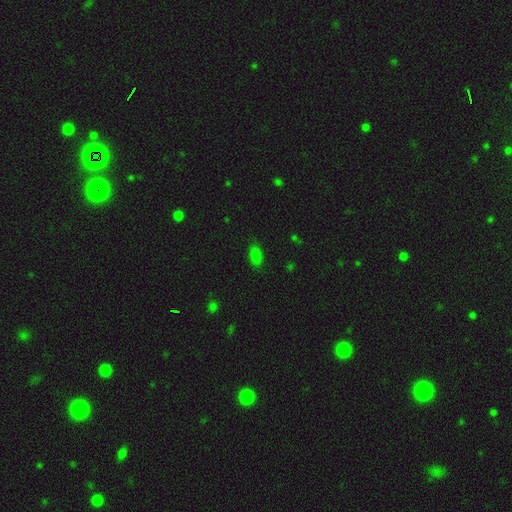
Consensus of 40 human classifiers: smooth-or-featured: smooth: 88% | star or artifact: 10% | featured or disk: 2%
  how-rounded: in between: 91% | cigar-shaped: 9% | round: 0%
  merging: none: 72% | minor disturbance: 28% | major disturbance: 0% | merger: 0%